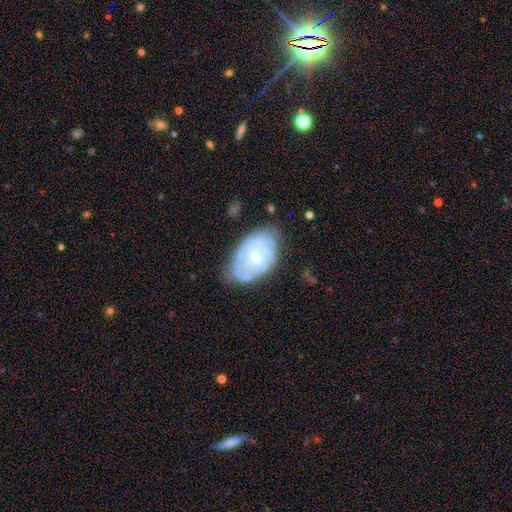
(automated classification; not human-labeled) A featured or disk galaxy (71%) with no bar (50%), spiral arms (65%) and a small central bulge (59%).

Vote fractions:
- Smooth or featured? featured or disk: 71% / smooth: 22% / star or artifact: 7%
- Edge-on disk? no: 96% / yes: 4%
- Bar? no: 50% / weak: 41% / strong: 9%
- Spiral arms? yes: 65% / no: 35%
- Bulge size? small: 59% / moderate: 32% / none: 7% / large: 2% / dominant: 1%
- Merging? none: 61% / minor disturbance: 25% / major disturbance: 11% / merger: 3%